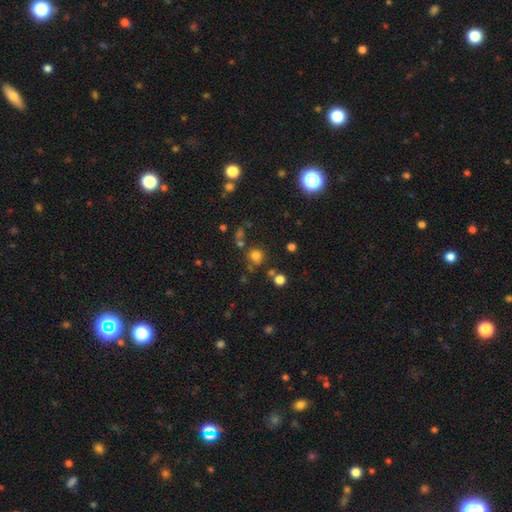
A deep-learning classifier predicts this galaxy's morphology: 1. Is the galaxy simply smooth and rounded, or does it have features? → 73% smooth, 20% star or artifact, 7% featured or disk.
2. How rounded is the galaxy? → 86% round, 13% in between, 1% cigar-shaped.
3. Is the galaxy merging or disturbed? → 72% none, 12% merger, 11% minor disturbance, 5% major disturbance.